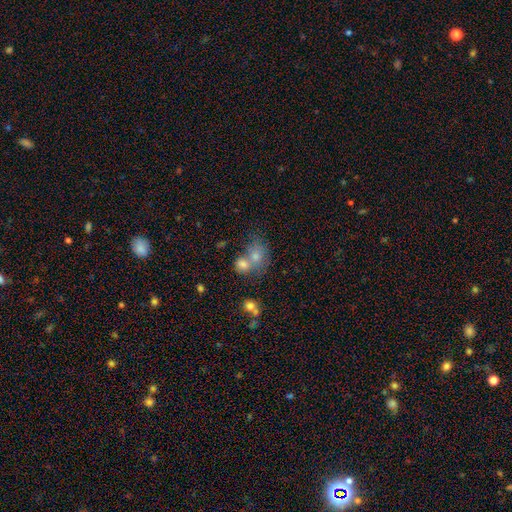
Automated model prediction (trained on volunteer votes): This is likely a smooth galaxy (68%). How rounded: possibly round (55%). Merging: possibly merger (57%).